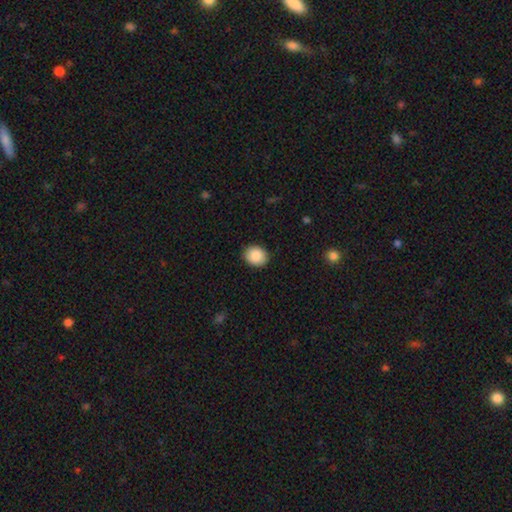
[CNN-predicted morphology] type=smooth (89%); roundness=round (62%); merging=none (89%).